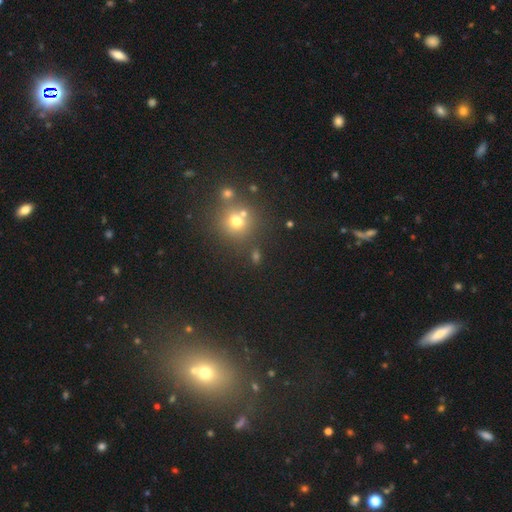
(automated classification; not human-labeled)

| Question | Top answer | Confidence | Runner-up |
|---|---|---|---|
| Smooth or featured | smooth | 50% | star or artifact (40%) |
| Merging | none | 72% | merger (14%) |